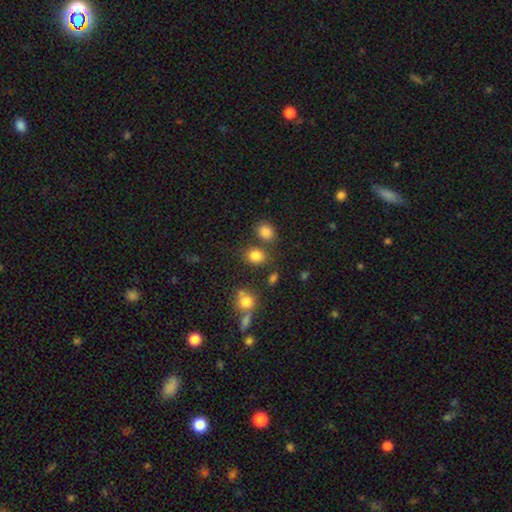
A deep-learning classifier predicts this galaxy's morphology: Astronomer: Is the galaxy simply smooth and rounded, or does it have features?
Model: smooth — 81%.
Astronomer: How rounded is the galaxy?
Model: round — 53% (runner-up: in between, 45%).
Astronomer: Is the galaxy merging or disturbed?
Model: none — 69%.